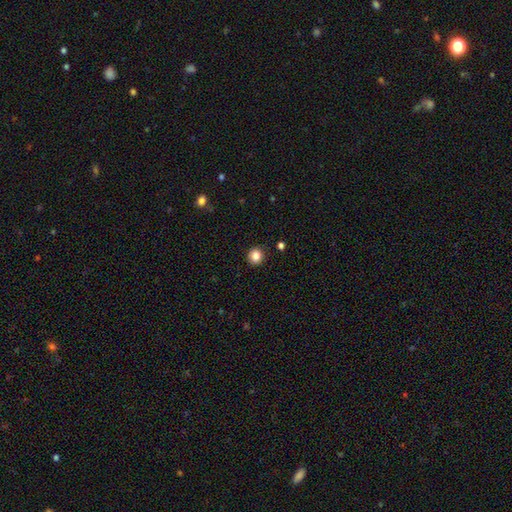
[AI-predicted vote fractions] Morphology: type=smooth (85%); roundness=round (89%); merging=none (92%).